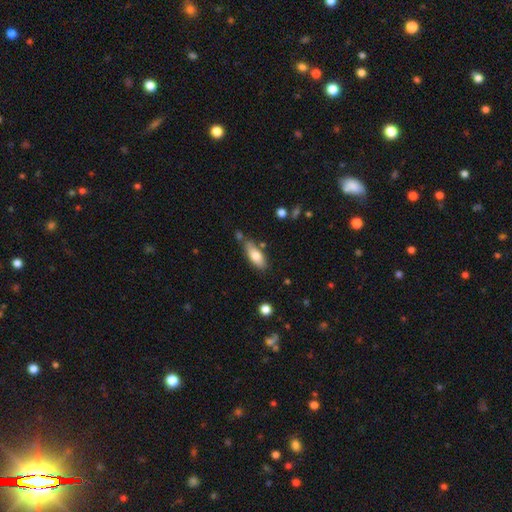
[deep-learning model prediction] Morphology: type=smooth (73%); roundness=in between (76%); merging=none (69%).